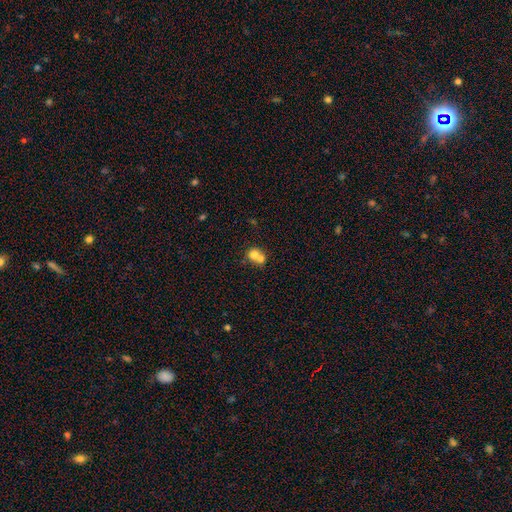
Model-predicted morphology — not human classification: The model was most divided on "merging": merger: 63%, none: 30%, minor disturbance: 5%, major disturbance: 3%. More confident: how rounded — round (79%); smooth or featured — smooth (72%).